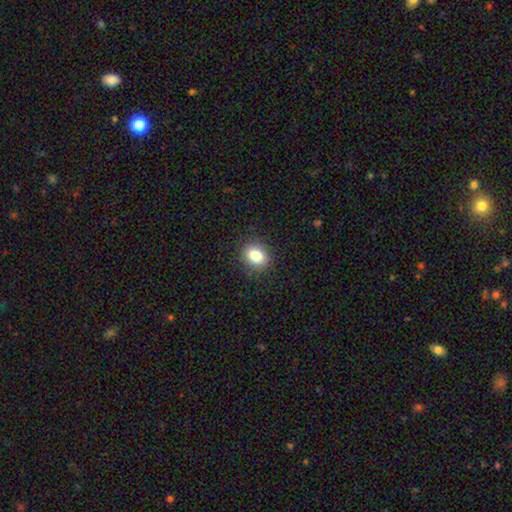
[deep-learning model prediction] Q: Smooth or featured?
A: smooth (84%); runner-up: star or artifact (10%)
Q: How rounded?
A: in between (56%); runner-up: round (43%)
Q: Merging?
A: none (88%); runner-up: minor disturbance (8%)